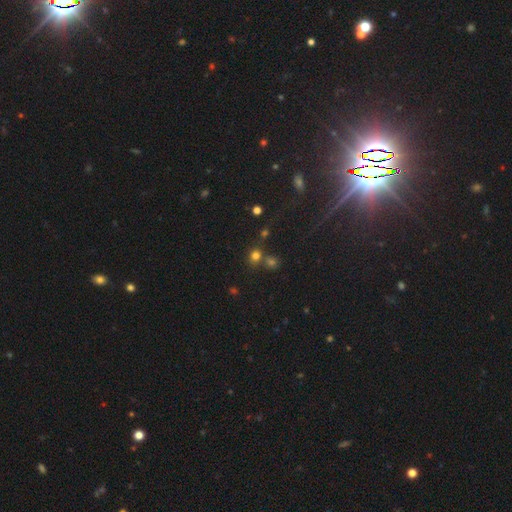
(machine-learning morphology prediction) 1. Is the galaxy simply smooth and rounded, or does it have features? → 69% smooth, 24% star or artifact, 7% featured or disk.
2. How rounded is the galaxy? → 83% round, 16% in between, 1% cigar-shaped.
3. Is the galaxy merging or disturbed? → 65% none, 22% merger, 9% minor disturbance, 4% major disturbance.